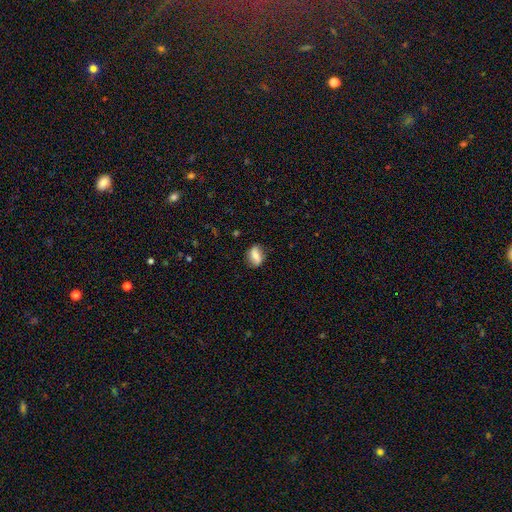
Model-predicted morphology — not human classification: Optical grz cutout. It shows a smooth galaxy with no disk features (62%) that is in between round and cigar-shaped (74%). Merging: none (80%).